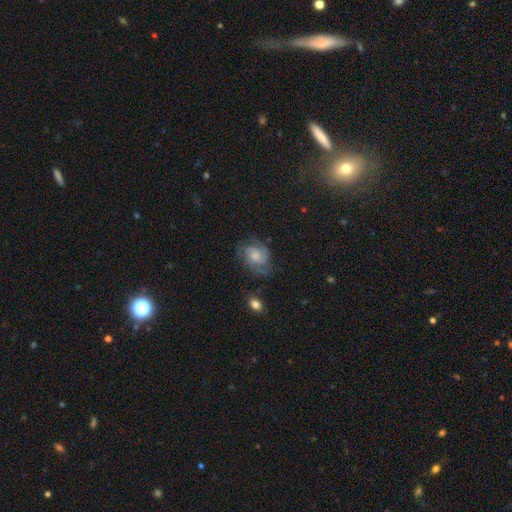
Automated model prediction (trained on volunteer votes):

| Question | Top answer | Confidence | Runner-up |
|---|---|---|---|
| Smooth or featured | featured or disk | 64% | smooth (28%) |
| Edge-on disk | no | 97% | yes (3%) |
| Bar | no | 73% | weak (24%) |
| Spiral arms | yes | 89% | no (11%) |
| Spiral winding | tight | 46% | medium (41%) |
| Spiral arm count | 2 | 41% | can't tell (28%) |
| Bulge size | moderate | 39% | small (26%) |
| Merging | none | 64% | minor disturbance (22%) |